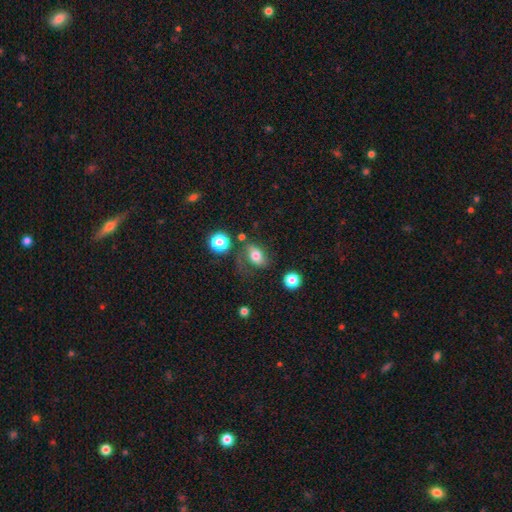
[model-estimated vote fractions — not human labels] smooth-or-featured: smooth: 67% | featured or disk: 22% | star or artifact: 11%
  how-rounded: in between: 77% | round: 21% | cigar-shaped: 2%
  merging: none: 47% | minor disturbance: 25% | major disturbance: 22% | merger: 7%